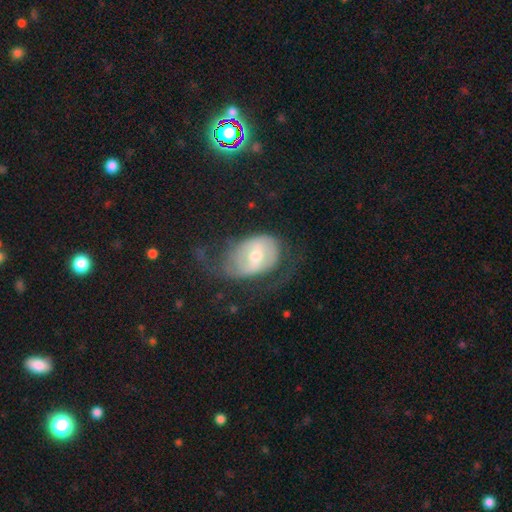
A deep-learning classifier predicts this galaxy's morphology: This appears to be a featured or disk galaxy (63%) with a weak bar (45%), spiral arms (66%) and a moderate central bulge (61%). Merging: none (42%).